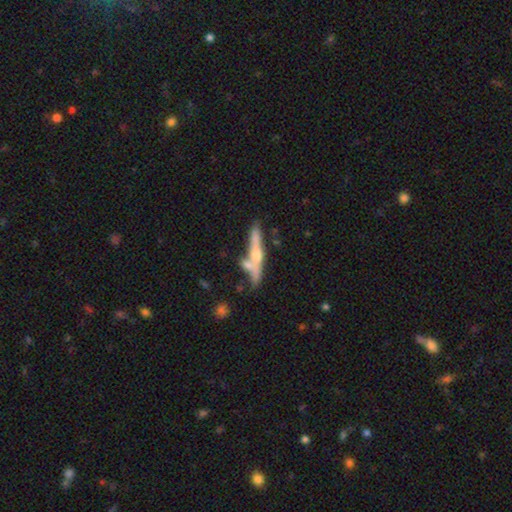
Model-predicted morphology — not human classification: Smooth or featured? featured or disk (61%)
Edge-on disk? yes (90%)
Edge-on bulge? rounded (80%)
Merging? none (53%)